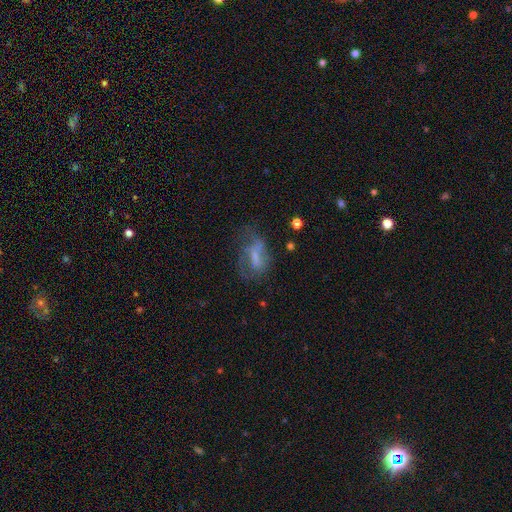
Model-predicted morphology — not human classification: A featured or disk galaxy (49%). Merging: major disturbance (37%).